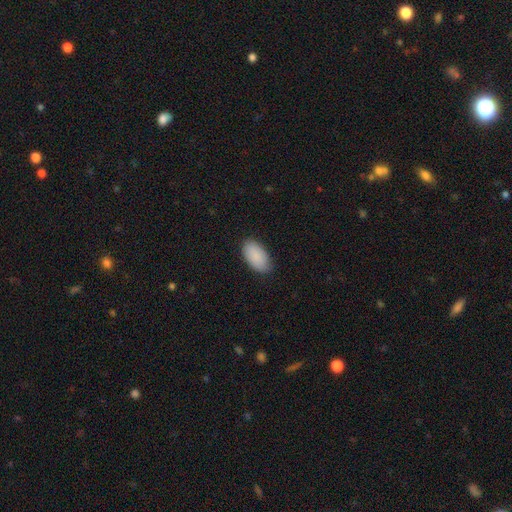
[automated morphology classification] Smooth or featured? smooth (89%)
How rounded? in between (95%)
Merging? none (83%)